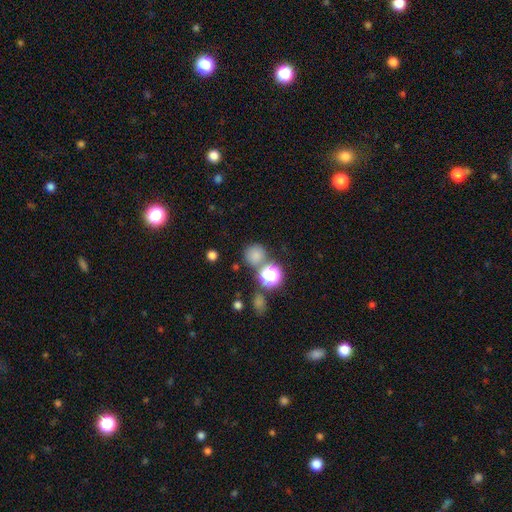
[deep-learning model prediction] smooth_or_featured: smooth (p=0.73) [alt: star or artifact p=0.21]
how_rounded: round (p=0.90) [alt: in between p=0.09]
merging: none (p=0.69) [alt: merger p=0.17]